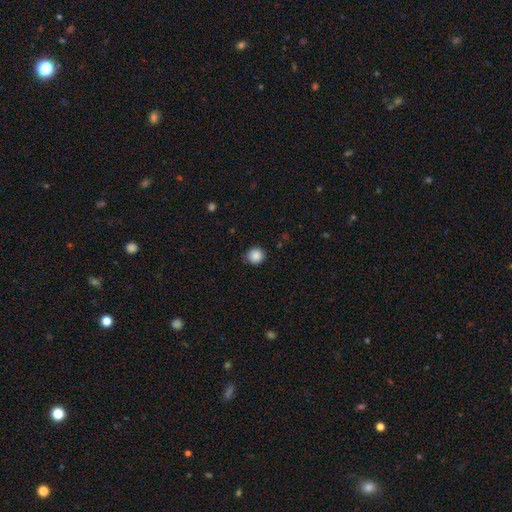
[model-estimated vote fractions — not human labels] A smooth galaxy with no disk features (88%) that is round (92%). Merging: none (85%).